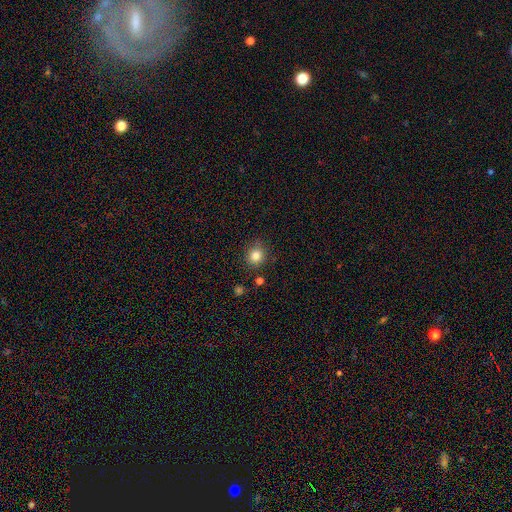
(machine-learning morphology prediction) type=smooth (83%); roundness=round (82%); merging=none (82%).